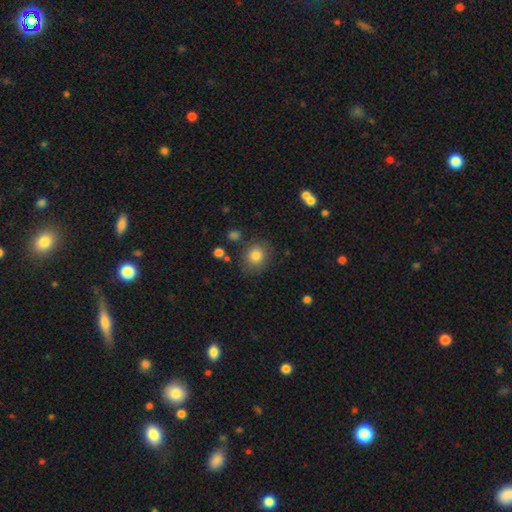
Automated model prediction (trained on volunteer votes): This appears to be a smooth galaxy with no disk features (82%) that is round (80%). Merging: none (82%).